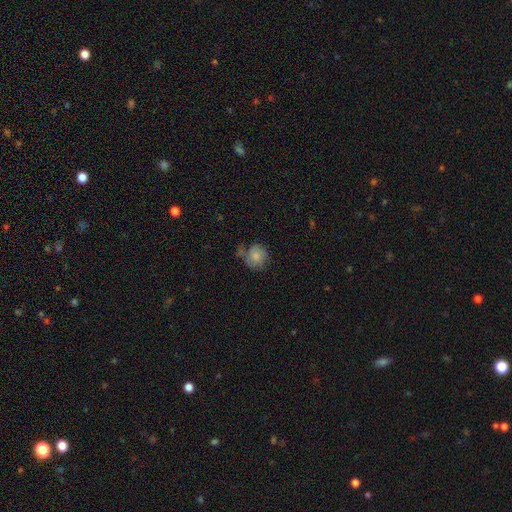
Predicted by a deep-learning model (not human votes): Morphology: type=smooth (65%); roundness=round (83%); merging=none (55%).